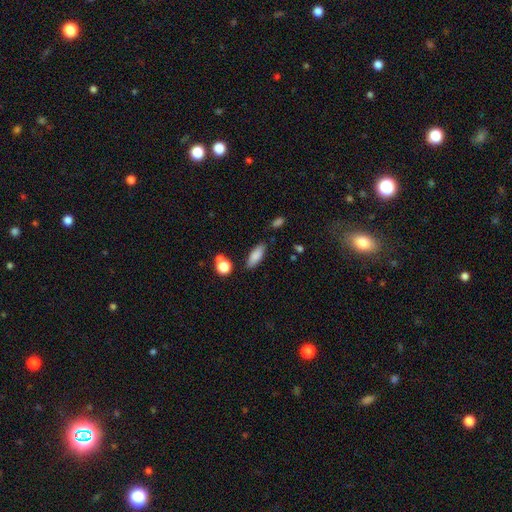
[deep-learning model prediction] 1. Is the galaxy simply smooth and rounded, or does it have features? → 84% smooth, 8% featured or disk, 8% star or artifact.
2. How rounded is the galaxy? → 69% in between, 28% cigar-shaped, 3% round.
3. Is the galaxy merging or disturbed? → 80% none, 12% minor disturbance, 4% merger, 3% major disturbance.